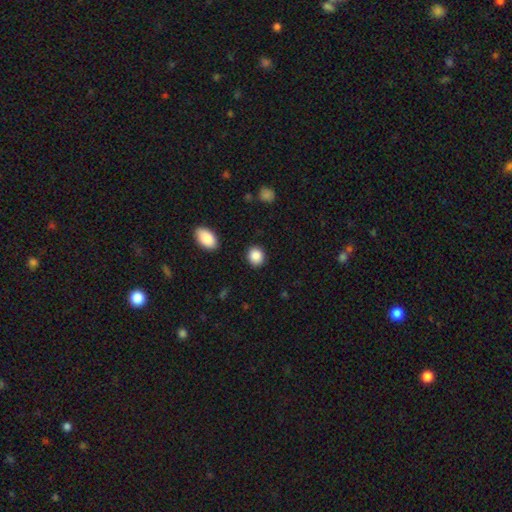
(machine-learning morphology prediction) Q: Smooth or featured?
A: smooth (88%); runner-up: star or artifact (8%)
Q: How rounded?
A: round (71%); runner-up: in between (28%)
Q: Merging?
A: none (88%); runner-up: minor disturbance (8%)